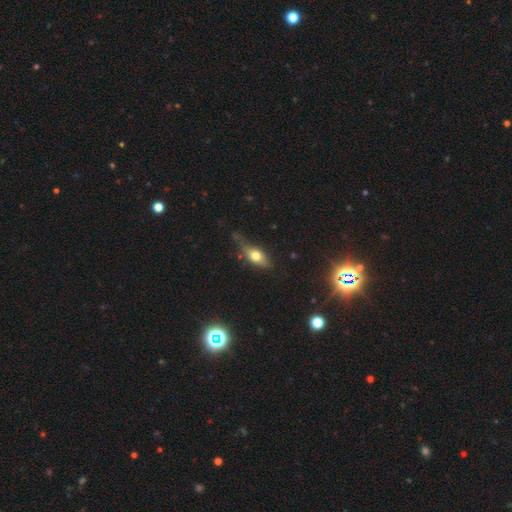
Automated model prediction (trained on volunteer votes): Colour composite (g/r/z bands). It shows a smooth galaxy with no disk features (62%) that is in between round and cigar-shaped (74%). Merging: none (52%).